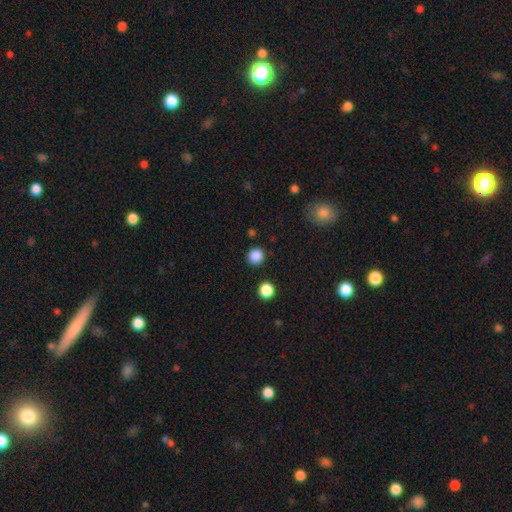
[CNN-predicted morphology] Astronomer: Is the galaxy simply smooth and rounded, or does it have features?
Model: smooth — 85%.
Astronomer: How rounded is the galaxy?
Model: round — 93%.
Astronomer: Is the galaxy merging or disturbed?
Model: none — 90%.